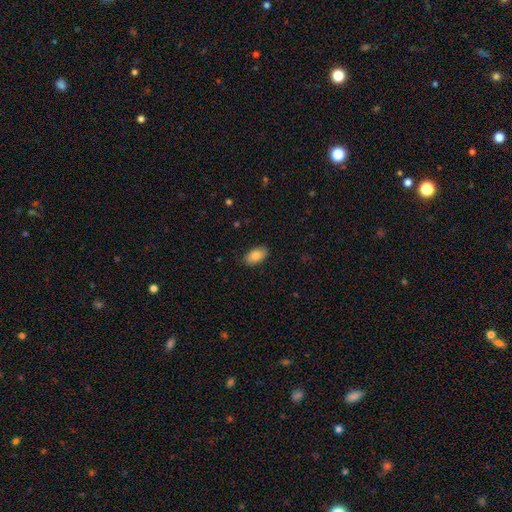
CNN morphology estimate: type=smooth (83%); roundness=in between (94%); merging=none (86%).